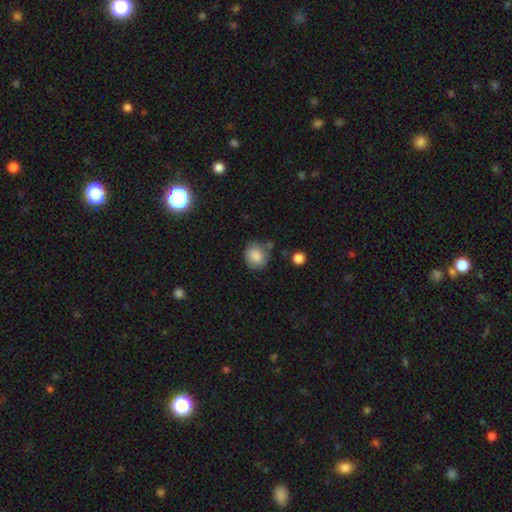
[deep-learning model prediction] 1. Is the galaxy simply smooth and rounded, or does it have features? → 83% smooth, 8% featured or disk, 8% star or artifact.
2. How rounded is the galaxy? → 73% round, 26% in between, 1% cigar-shaped.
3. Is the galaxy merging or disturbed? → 69% none, 20% minor disturbance, 5% major disturbance, 5% merger.